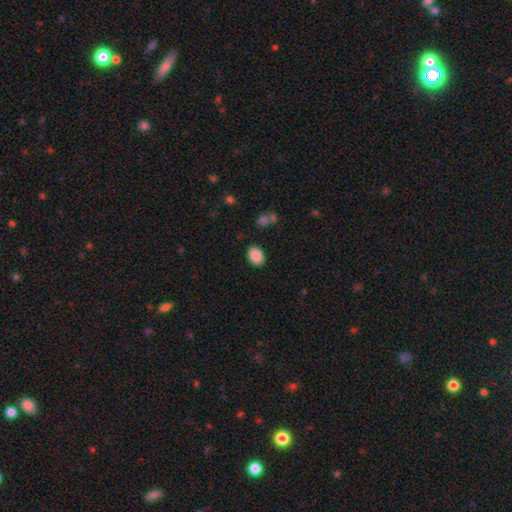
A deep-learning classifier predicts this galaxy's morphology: Smooth or featured? smooth (88%)
How rounded? in between (80%)
Merging? none (86%)